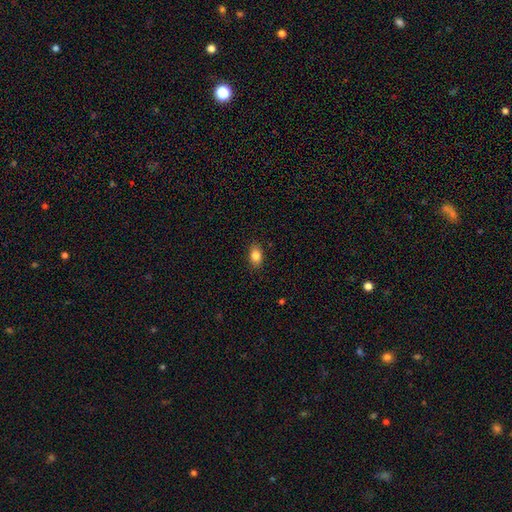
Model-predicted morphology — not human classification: smooth_or_featured: smooth (p=0.85) [alt: star or artifact p=0.09]
how_rounded: in between (p=0.84) [alt: round p=0.14]
merging: none (p=0.87) [alt: minor disturbance p=0.10]